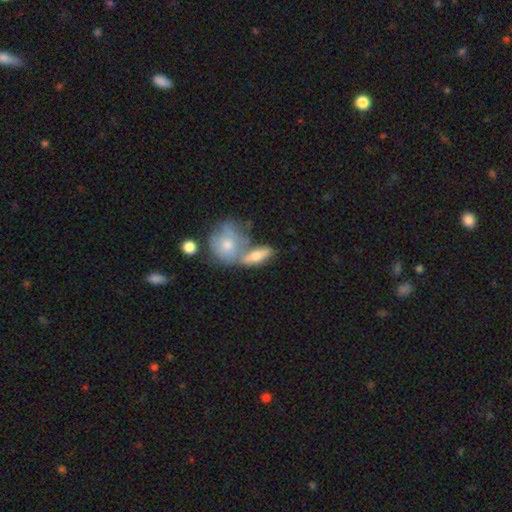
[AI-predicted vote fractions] The model was most divided on "merging": merger: 45%, none: 34%, minor disturbance: 14%, major disturbance: 8%. More confident: how rounded — in between (67%); smooth or featured — smooth (59%).